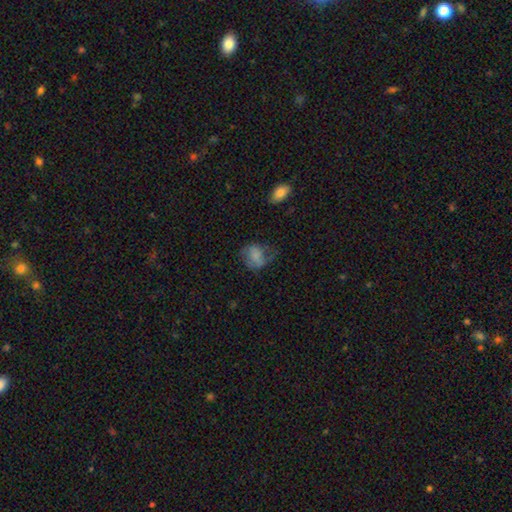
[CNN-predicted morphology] Smooth or featured?
  - smooth: 65% *
  - featured or disk: 24%
  - star or artifact: 11%
How rounded?
  - in between: 54% *
  - round: 44%
  - cigar-shaped: 1%
Merging?
  - none: 39% *
  - major disturbance: 31%
  - minor disturbance: 27%
  - merger: 3%